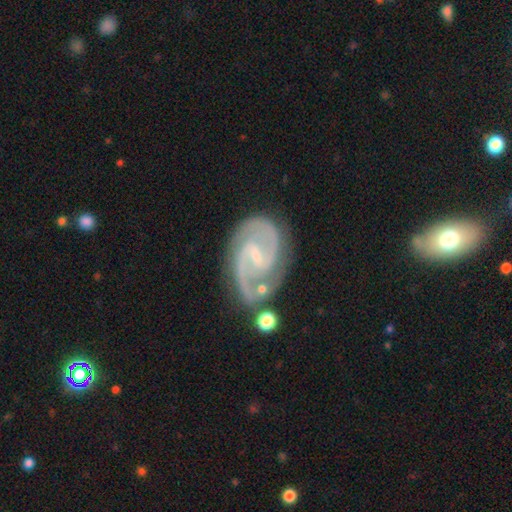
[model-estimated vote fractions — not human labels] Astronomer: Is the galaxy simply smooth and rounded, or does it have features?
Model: featured or disk — 92%.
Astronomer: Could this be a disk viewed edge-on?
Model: no — 98%.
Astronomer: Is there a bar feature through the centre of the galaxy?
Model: weak — 54%.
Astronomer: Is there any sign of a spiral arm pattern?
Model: yes — 98%.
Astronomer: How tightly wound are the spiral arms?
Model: medium — 57%.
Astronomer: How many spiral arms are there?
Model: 2 — 91%.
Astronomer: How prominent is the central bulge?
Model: small — 74%.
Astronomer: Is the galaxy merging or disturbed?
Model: none — 70%.